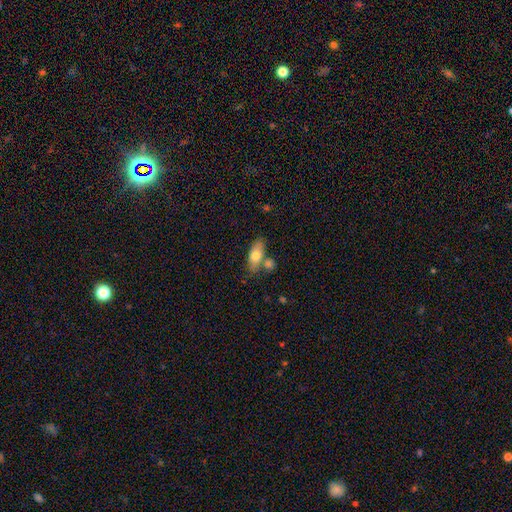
This is likely a smooth galaxy (62%). How rounded: likely in between (60%). Merging: possibly merger (46%).